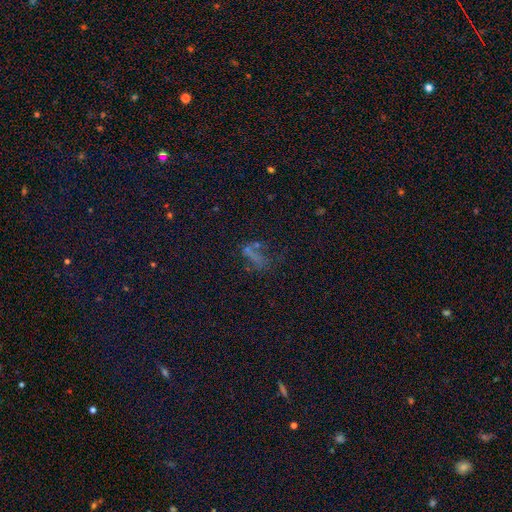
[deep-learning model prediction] Smooth or featured? star or artifact (49%)